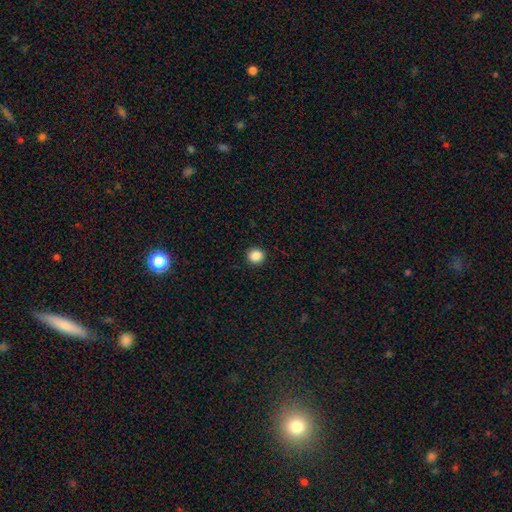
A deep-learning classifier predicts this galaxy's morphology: Overall: smooth (87%). How rounded: round (92%). Merging: none (93%).